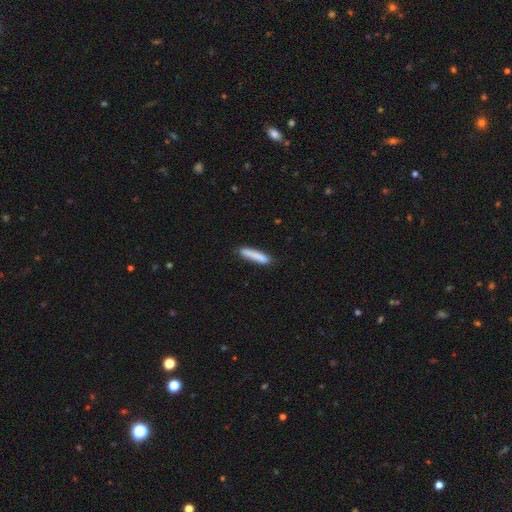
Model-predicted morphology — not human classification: Smooth or featured?
  - smooth: 83% *
  - featured or disk: 11%
  - star or artifact: 6%
How rounded?
  - cigar-shaped: 90% *
  - in between: 9%
  - round: 1%
Merging?
  - none: 84% *
  - minor disturbance: 12%
  - major disturbance: 2%
  - merger: 2%